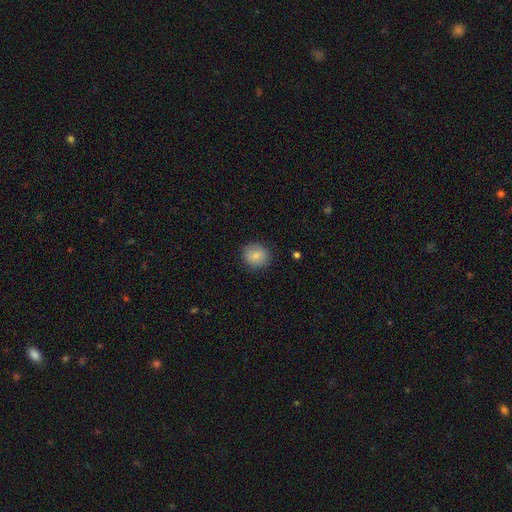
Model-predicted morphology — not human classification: This appears to be a smooth galaxy with no disk features (83%) that is round (78%). Merging: none (86%).